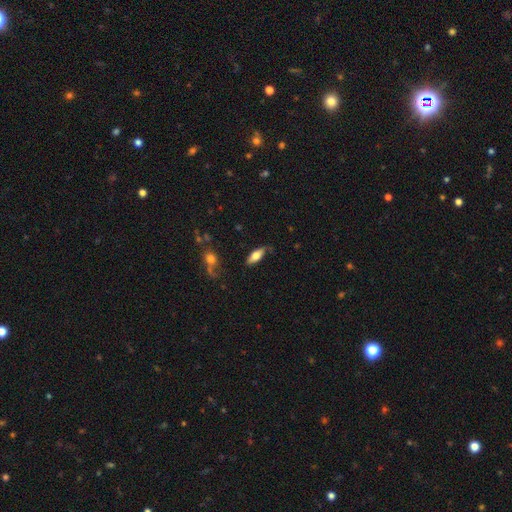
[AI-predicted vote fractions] Smooth or featured? Predicted: smooth (p=0.65). How rounded? Predicted: in between (p=0.71). Merging? Predicted: none (p=0.77).